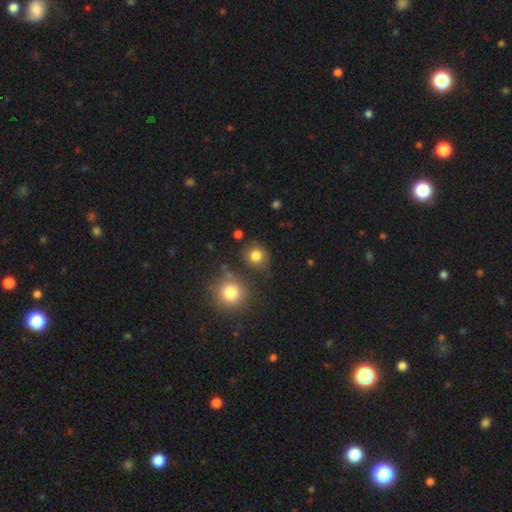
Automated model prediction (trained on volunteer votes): Q: Smooth or featured?
A: smooth (81%); runner-up: star or artifact (13%)
Q: How rounded?
A: round (87%); runner-up: in between (12%)
Q: Merging?
A: none (78%); runner-up: minor disturbance (11%)